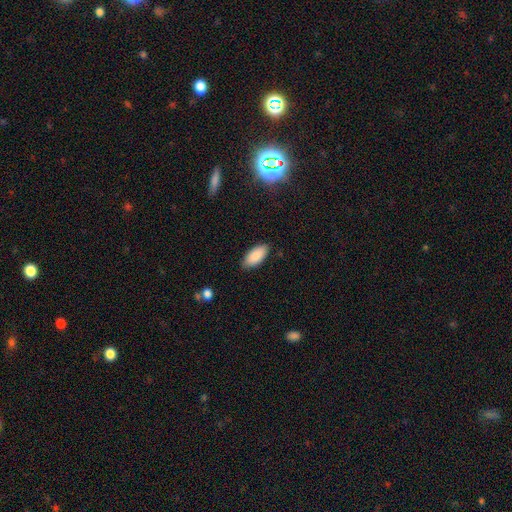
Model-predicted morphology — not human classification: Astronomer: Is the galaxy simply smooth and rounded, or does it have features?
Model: smooth — 86%.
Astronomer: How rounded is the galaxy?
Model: in between — 92%.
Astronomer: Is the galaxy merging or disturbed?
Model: none — 85%.